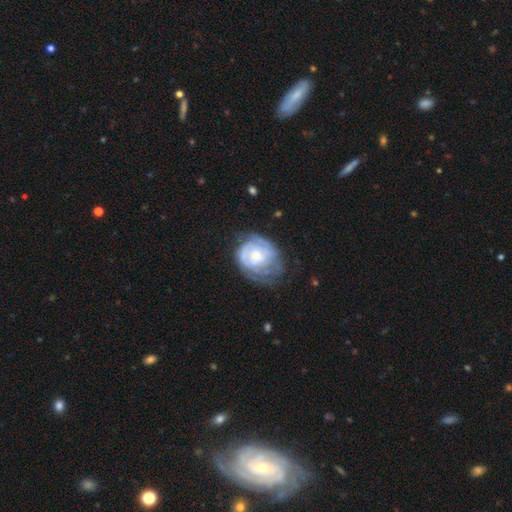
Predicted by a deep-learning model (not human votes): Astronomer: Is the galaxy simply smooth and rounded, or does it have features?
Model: featured or disk — 70%.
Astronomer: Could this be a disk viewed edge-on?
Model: no — 98%.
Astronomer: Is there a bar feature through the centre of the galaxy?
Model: no — 76%.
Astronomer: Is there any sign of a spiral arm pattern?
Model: yes — 75%.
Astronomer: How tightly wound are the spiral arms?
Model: tight — 62%.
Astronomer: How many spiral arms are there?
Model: can't tell — 50% (runner-up: 2, 26%).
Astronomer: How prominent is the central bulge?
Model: small — 40% (runner-up: moderate, 38%).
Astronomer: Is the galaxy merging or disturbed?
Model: none — 47% (runner-up: minor disturbance, 29%).